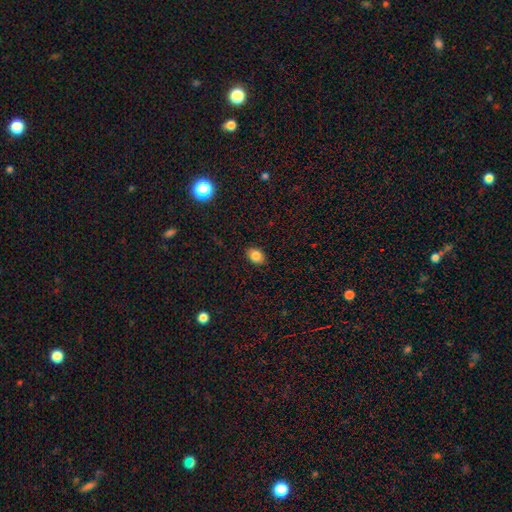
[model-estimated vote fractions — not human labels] A smooth galaxy with no disk features (83%) that is in between round and cigar-shaped (72%).

Vote fractions:
- Smooth or featured? smooth: 83% / star or artifact: 10% / featured or disk: 7%
- How rounded? in between: 72% / round: 26% / cigar-shaped: 1%
- Merging? none: 88% / minor disturbance: 9% / major disturbance: 2% / merger: 1%